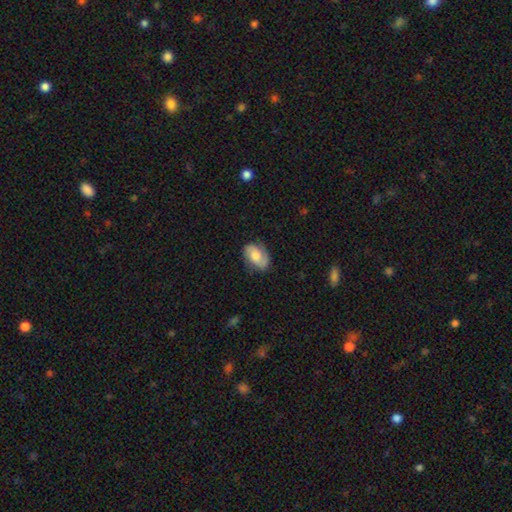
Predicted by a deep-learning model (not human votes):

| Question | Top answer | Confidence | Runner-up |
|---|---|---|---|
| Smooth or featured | smooth | 49% | featured or disk (43%) |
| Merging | none | 73% | minor disturbance (20%) |